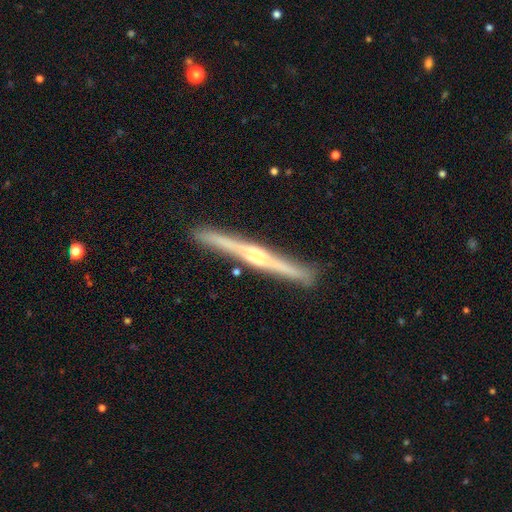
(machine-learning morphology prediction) The model was most divided on "edge-on bulge": rounded: 74%, none: 13%, boxy: 13%. More confident: edge-on disk — yes (98%); merging — none (90%); smooth or featured — featured or disk (82%).